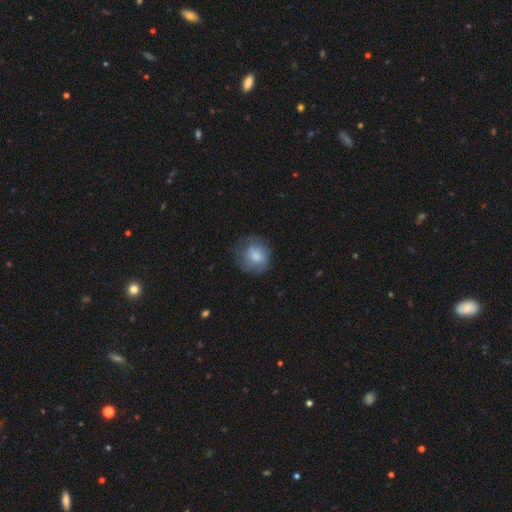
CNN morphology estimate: The model was most divided on "merging": none: 63%, minor disturbance: 23%, major disturbance: 13%, merger: 1%. More confident: how rounded — round (81%); smooth or featured — smooth (70%).